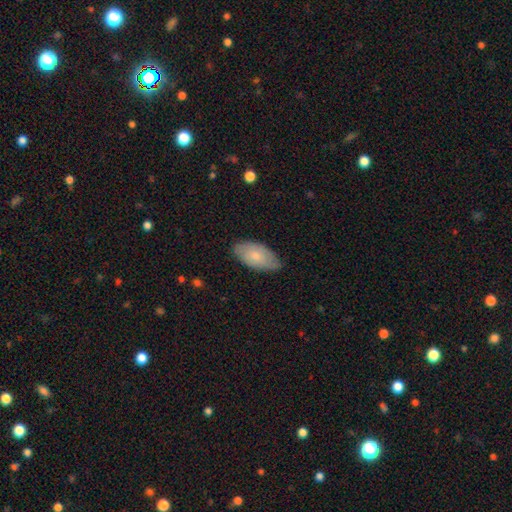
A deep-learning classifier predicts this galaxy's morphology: smooth_or_featured: smooth (p=0.68) [alt: featured or disk p=0.26]
how_rounded: in between (p=0.94) [alt: cigar-shaped p=0.03]
merging: none (p=0.73) [alt: minor disturbance p=0.22]